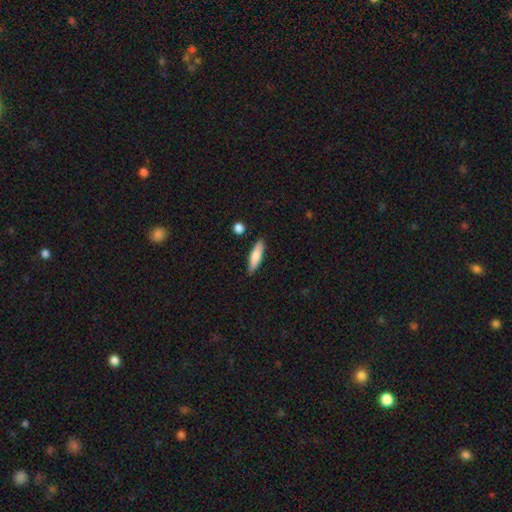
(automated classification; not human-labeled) Smooth or featured: smooth — 80% (featured or disk — 13%)
How rounded: cigar-shaped — 65% (in between — 33%)
Merging: none — 86% (minor disturbance — 10%)